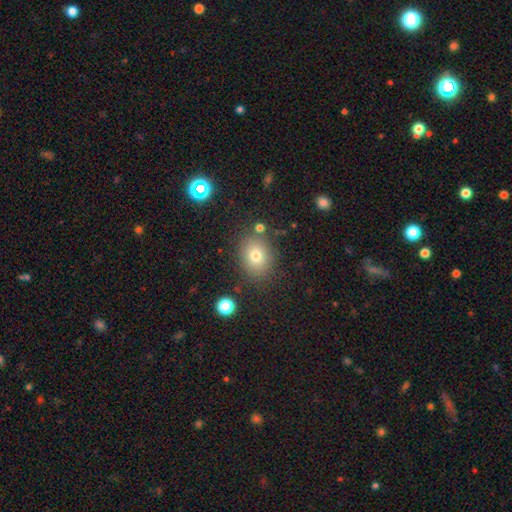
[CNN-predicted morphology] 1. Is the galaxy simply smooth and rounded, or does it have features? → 75% smooth, 14% star or artifact, 11% featured or disk.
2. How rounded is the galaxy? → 52% round, 47% in between, 1% cigar-shaped.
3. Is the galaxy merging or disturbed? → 82% none, 11% minor disturbance, 4% merger, 4% major disturbance.